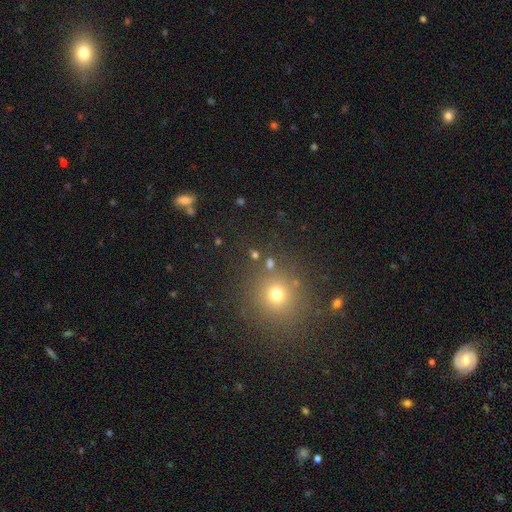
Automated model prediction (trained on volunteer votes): Smooth or featured? Predicted: smooth (p=0.59). How rounded? Predicted: round (p=0.90). Merging? Predicted: none (p=0.83).